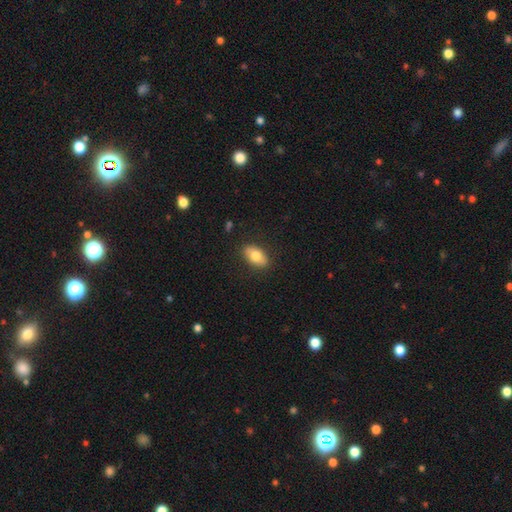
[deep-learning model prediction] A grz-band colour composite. It shows a smooth galaxy with no disk features (78%) that is in between round and cigar-shaped (89%). Merging: none (86%).